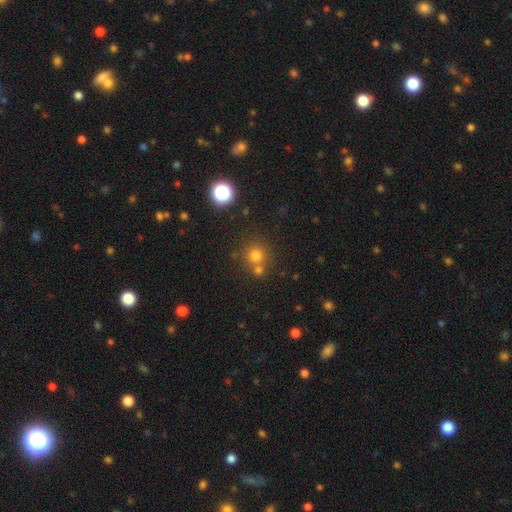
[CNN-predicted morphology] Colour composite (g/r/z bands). It shows a smooth galaxy with no disk features (73%) that is round (91%). Merging: none (64%).